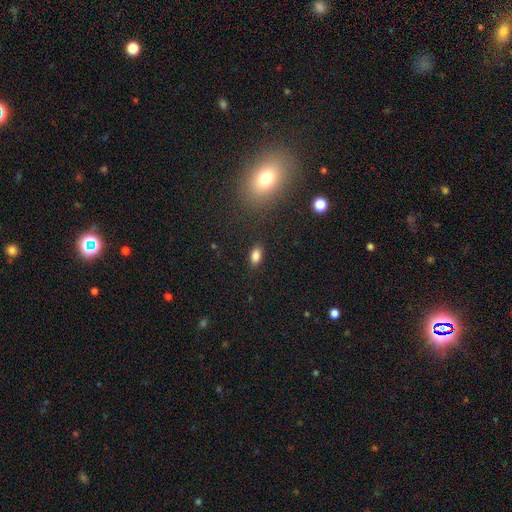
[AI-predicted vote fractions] smooth_or_featured: smooth (p=0.84) [alt: star or artifact p=0.11]
how_rounded: in between (p=0.89) [alt: round p=0.08]
merging: none (p=0.86) [alt: minor disturbance p=0.10]